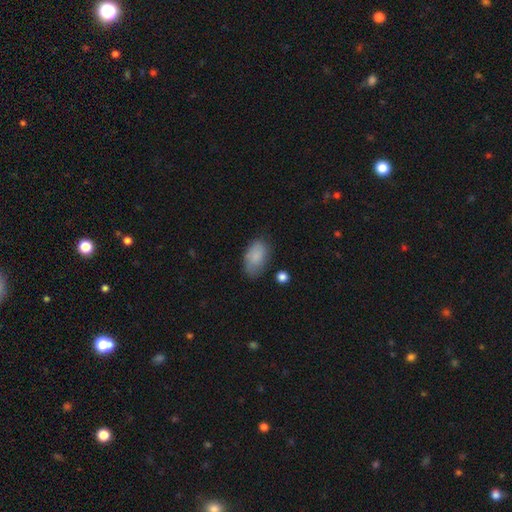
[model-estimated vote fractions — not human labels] Smooth or featured? Predicted: smooth (p=0.84). How rounded? Predicted: in between (p=0.94). Merging? Predicted: none (p=0.70).